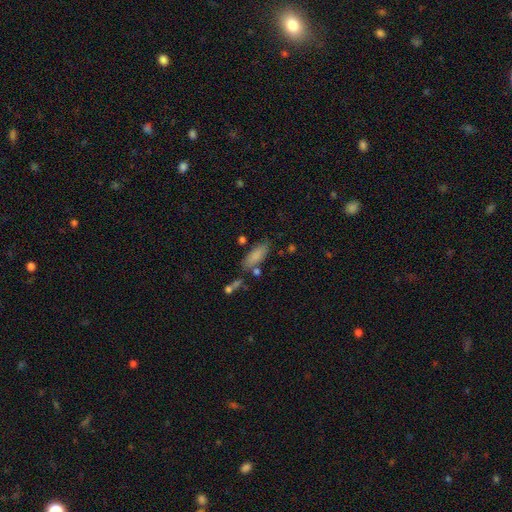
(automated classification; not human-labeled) This is clearly a smooth galaxy (84%). How rounded: likely in between (70%). Merging: likely none (70%).